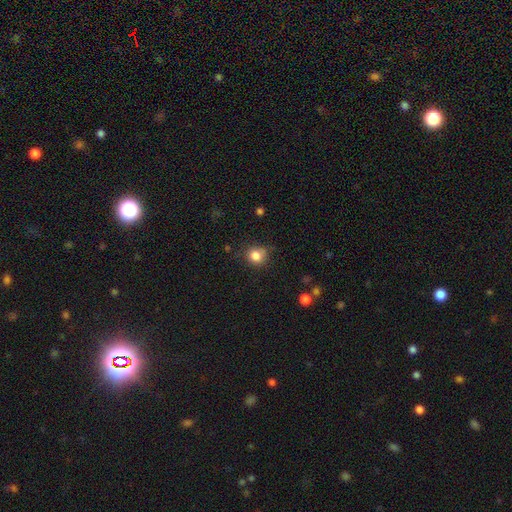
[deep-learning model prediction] smooth_or_featured: smooth (p=0.83) [alt: star or artifact p=0.12]
how_rounded: round (p=0.83) [alt: in between p=0.16]
merging: none (p=0.74) [alt: minor disturbance p=0.19]